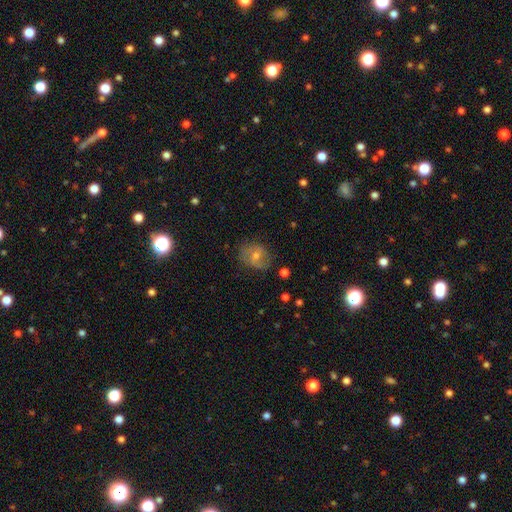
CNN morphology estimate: A featured or disk galaxy (49%). Merging: none (73%).